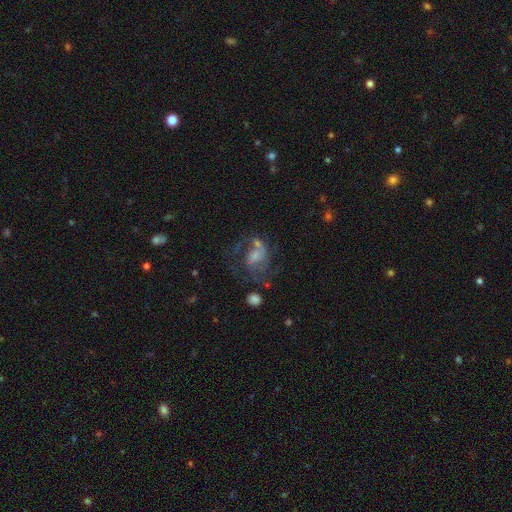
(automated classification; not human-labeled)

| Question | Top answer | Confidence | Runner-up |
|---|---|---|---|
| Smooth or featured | featured or disk | 69% | smooth (17%) |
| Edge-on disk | no | 98% | yes (2%) |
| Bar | no | 54% | weak (38%) |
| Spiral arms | yes | 83% | no (17%) |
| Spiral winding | medium | 49% | loose (33%) |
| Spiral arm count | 2 | 61% | can't tell (16%) |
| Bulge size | small | 41% | moderate (31%) |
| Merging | none | 46% | major disturbance (27%) |